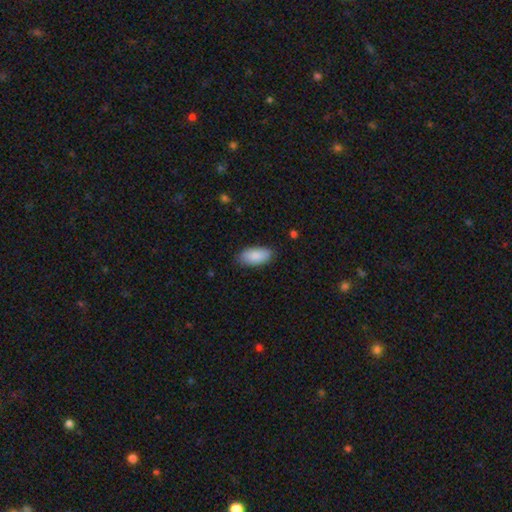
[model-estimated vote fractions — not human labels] smooth-or-featured: smooth: 89% | star or artifact: 6% | featured or disk: 5%
  how-rounded: in between: 92% | cigar-shaped: 6% | round: 2%
  merging: none: 84% | minor disturbance: 12% | major disturbance: 2% | merger: 1%